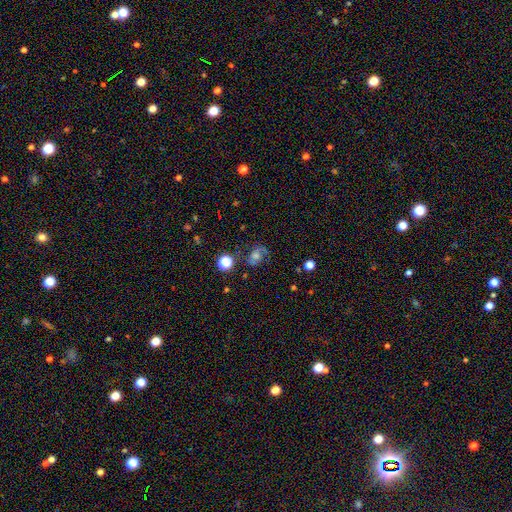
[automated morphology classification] Smooth or featured?
  - featured or disk: 54% *
  - smooth: 27%
  - star or artifact: 19%
Edge-on disk?
  - no: 96% *
  - yes: 4%
Bar?
  - no: 65% *
  - weak: 28%
  - strong: 7%
Spiral arms?
  - yes: 85% *
  - no: 15%
Bulge size?
  - moderate: 52% *
  - small: 22%
  - large: 18%
  - none: 5%
  - dominant: 3%
Merging?
  - none: 66% *
  - minor disturbance: 18%
  - major disturbance: 12%
  - merger: 4%